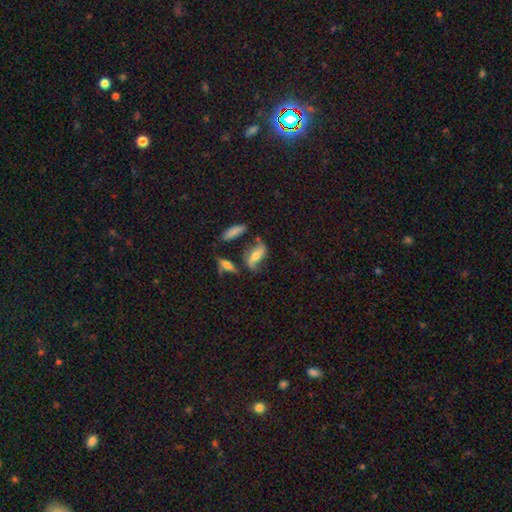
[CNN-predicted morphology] smooth_or_featured: featured or disk (p=0.48) [alt: smooth p=0.43]
merging: none (p=0.53) [alt: minor disturbance p=0.22]